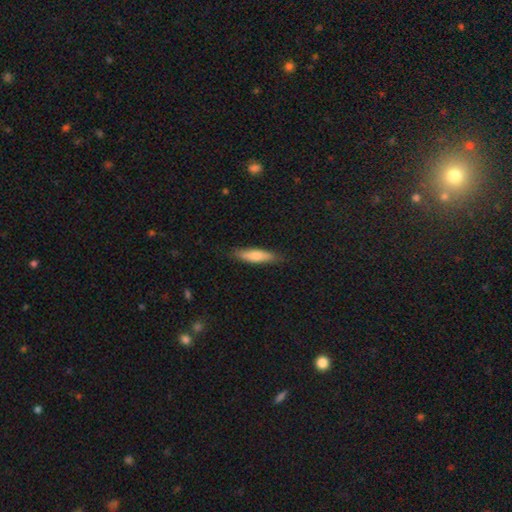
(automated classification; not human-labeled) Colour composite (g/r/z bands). It shows a smooth galaxy with no disk features (74%) that is cigar-shaped (67%). Merging: none (84%).